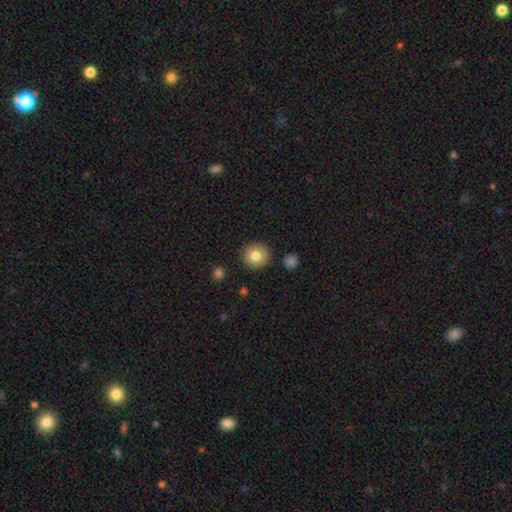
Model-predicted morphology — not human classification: A smooth galaxy with no disk features (80%) that is round (94%).

Vote fractions:
- Smooth or featured? smooth: 80% / featured or disk: 11% / star or artifact: 9%
- How rounded? round: 94% / in between: 5% / cigar-shaped: 1%
- Merging? none: 90% / minor disturbance: 6% / major disturbance: 2% / merger: 2%